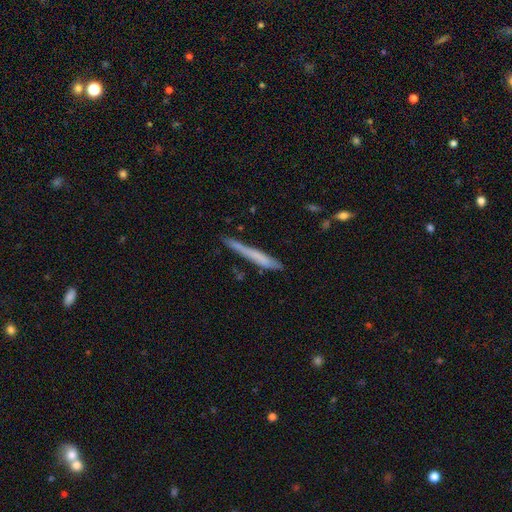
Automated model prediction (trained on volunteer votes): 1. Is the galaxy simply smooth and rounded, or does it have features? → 59% smooth, 34% featured or disk, 7% star or artifact.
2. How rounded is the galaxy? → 96% cigar-shaped, 3% in between, 1% round.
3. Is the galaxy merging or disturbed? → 76% none, 18% minor disturbance, 3% major disturbance, 3% merger.